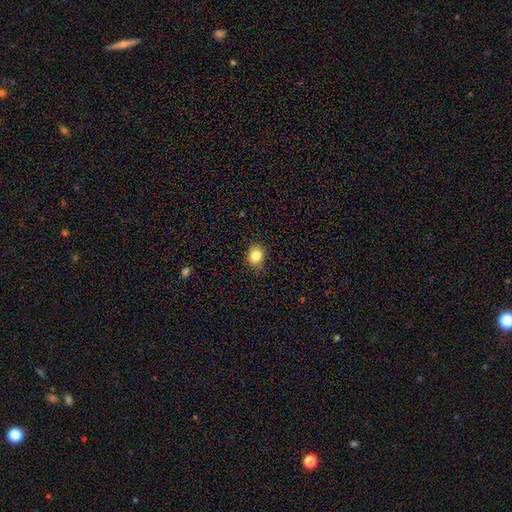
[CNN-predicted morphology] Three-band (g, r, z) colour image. It shows a smooth galaxy with no disk features (84%) that is round (66%). Merging: none (84%).